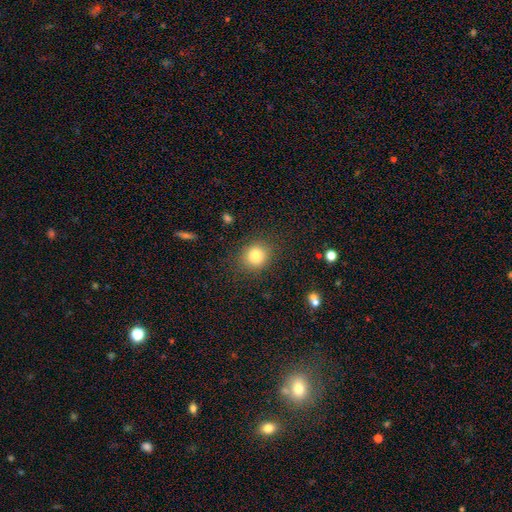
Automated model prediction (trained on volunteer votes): The model was most divided on "how rounded": round: 80%, in between: 19%, cigar-shaped: 1%. More confident: merging — none (86%); smooth or featured — smooth (82%).